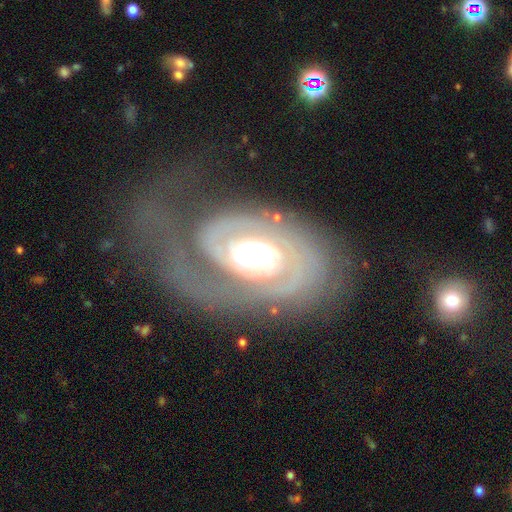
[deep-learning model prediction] This appears to be a featured or disk galaxy (87%) with no bar (72%), 2 (49%) tight (60%) spiral arms (91%) and a large central bulge (47%). Merging: none (51%).